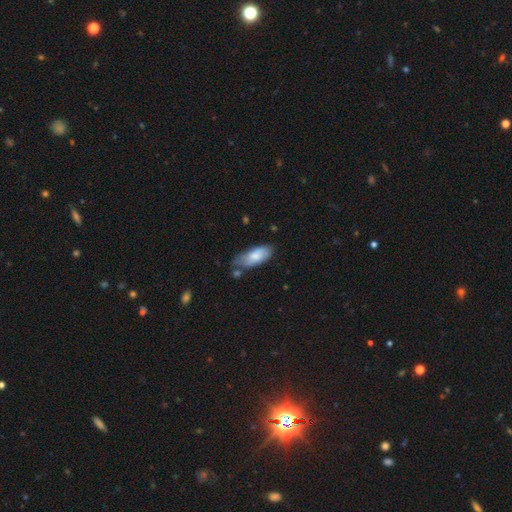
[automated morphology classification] A smooth galaxy with no disk features (73%) that is in between round and cigar-shaped (81%).

Vote fractions:
- Smooth or featured? smooth: 73% / featured or disk: 21% / star or artifact: 6%
- How rounded? in between: 81% / cigar-shaped: 17% / round: 2%
- Merging? none: 49% / minor disturbance: 34% / major disturbance: 9% / merger: 8%